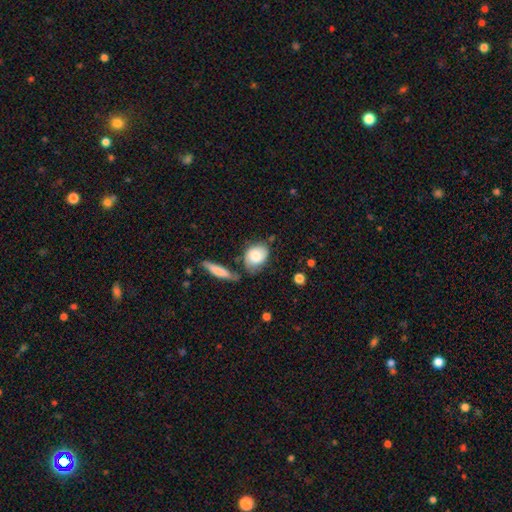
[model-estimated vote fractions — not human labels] A smooth galaxy with no disk features (73%) that is in between round and cigar-shaped (68%). Merging: none (48%).